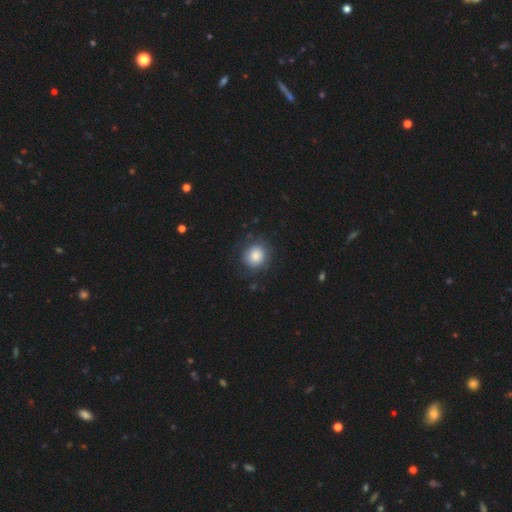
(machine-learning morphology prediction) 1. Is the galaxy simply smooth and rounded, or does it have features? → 82% smooth, 10% featured or disk, 8% star or artifact.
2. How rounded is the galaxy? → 86% round, 13% in between, 1% cigar-shaped.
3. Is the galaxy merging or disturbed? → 80% none, 13% minor disturbance, 6% major disturbance, 1% merger.